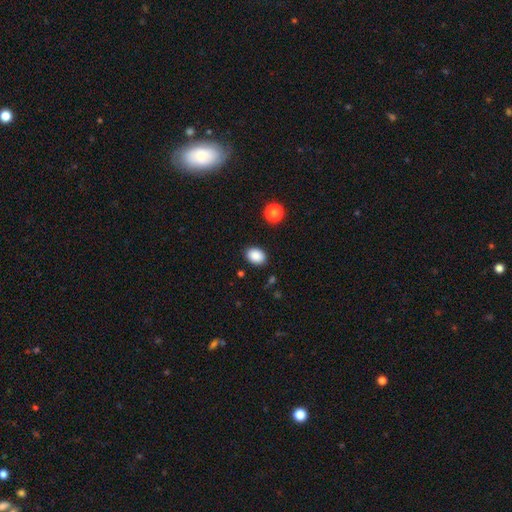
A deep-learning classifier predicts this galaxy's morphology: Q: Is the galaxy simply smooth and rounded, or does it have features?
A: smooth — 88%.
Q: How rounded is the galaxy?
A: in between — 72%.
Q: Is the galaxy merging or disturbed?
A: none — 87%.